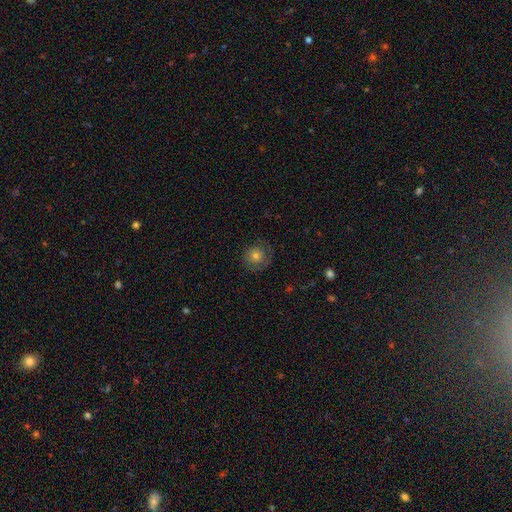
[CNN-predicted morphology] Overall: smooth (67%). How rounded: round (90%). Merging: none (77%).